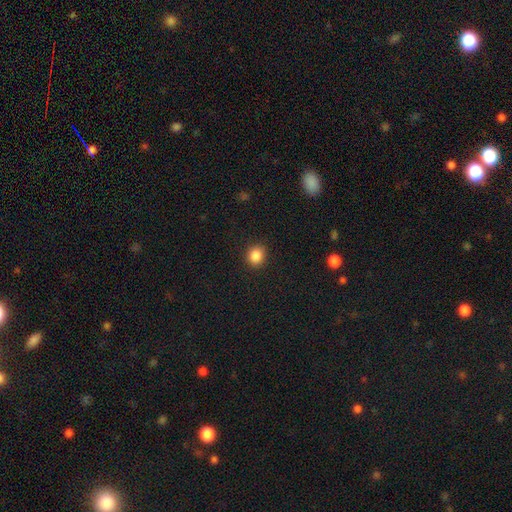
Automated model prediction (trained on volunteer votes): smooth 86%, star or artifact 10%, featured or disk 4%. Down the decision tree: how rounded — round (73%); merging — none (90%).